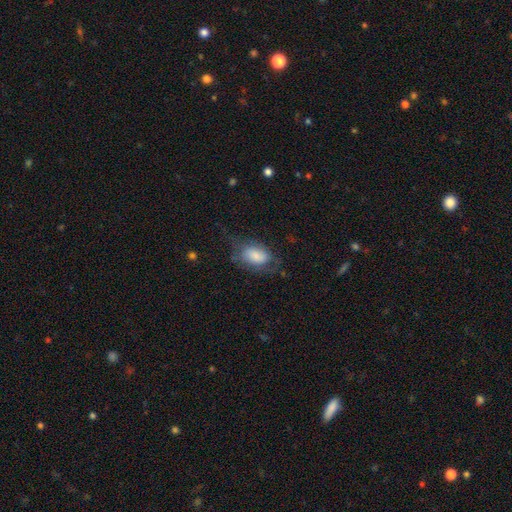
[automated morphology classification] smooth-or-featured: smooth: 68% | featured or disk: 24% | star or artifact: 8%
  how-rounded: in between: 88% | round: 10% | cigar-shaped: 2%
  merging: none: 44% | minor disturbance: 28% | major disturbance: 26% | merger: 2%